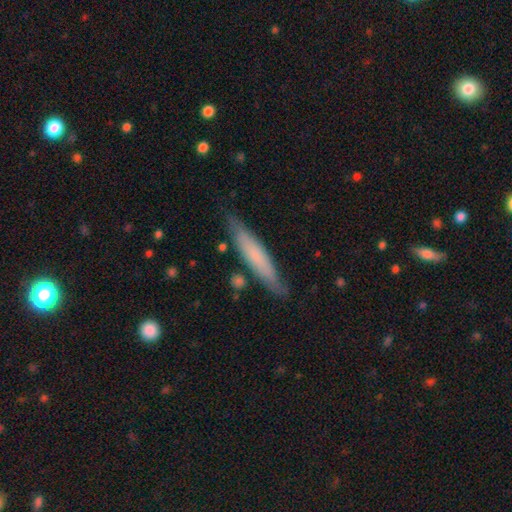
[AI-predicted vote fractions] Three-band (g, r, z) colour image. It shows a smooth galaxy with no disk features (62%) that is cigar-shaped (90%). Merging: none (82%).